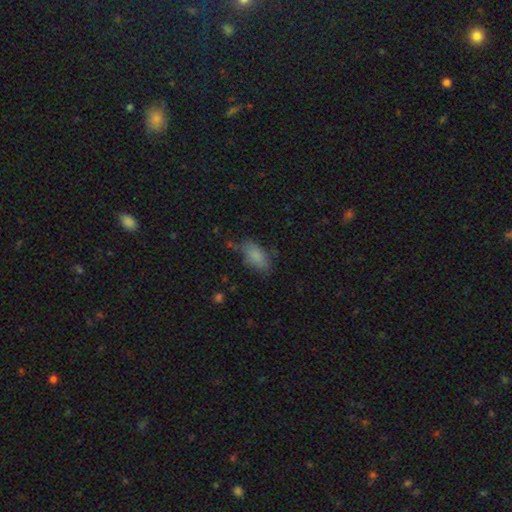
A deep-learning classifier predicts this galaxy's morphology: smooth-or-featured: smooth: 84% | star or artifact: 8% | featured or disk: 8%
  how-rounded: in between: 90% | cigar-shaped: 7% | round: 3%
  merging: none: 66% | minor disturbance: 24% | major disturbance: 7% | merger: 3%